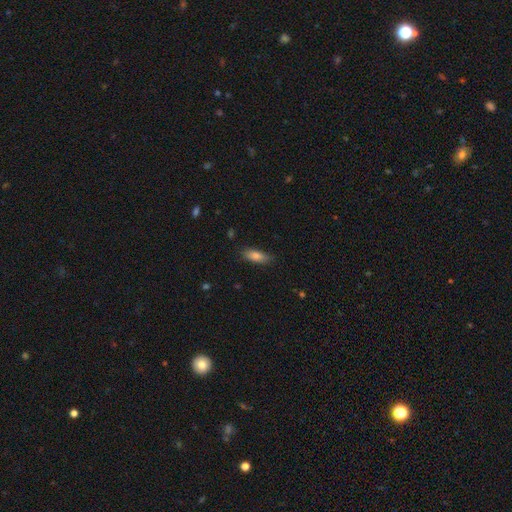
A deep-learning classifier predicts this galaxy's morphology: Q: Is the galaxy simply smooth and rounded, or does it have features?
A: smooth — 80%.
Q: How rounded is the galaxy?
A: in between — 71%.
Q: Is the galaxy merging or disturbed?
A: none — 84%.